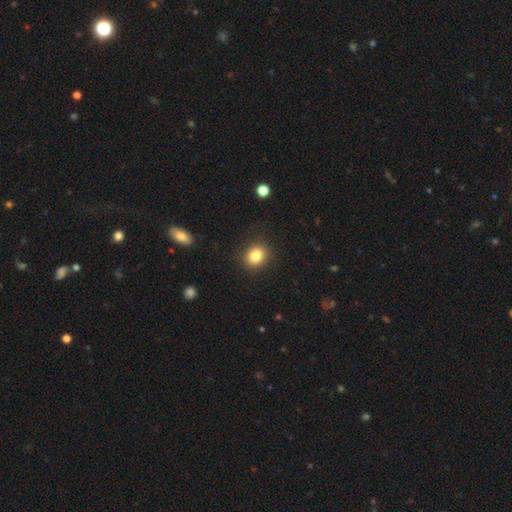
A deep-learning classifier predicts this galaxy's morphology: This is clearly a smooth galaxy (84%). How rounded: likely round (70%). Merging: clearly none (87%).